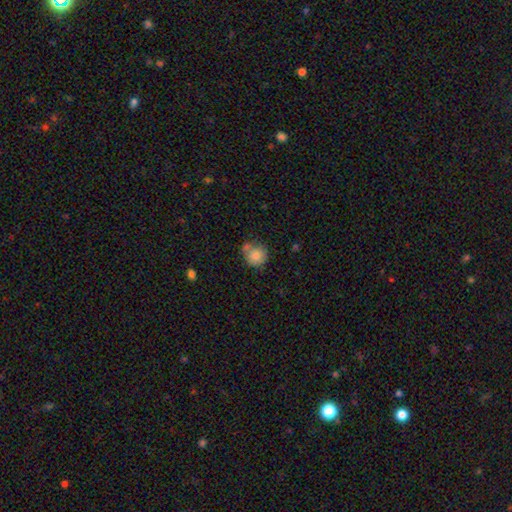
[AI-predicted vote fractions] smooth_or_featured: smooth (p=0.82) [alt: featured or disk p=0.09]
how_rounded: round (p=0.90) [alt: in between p=0.09]
merging: none (p=0.58) [alt: merger p=0.21]